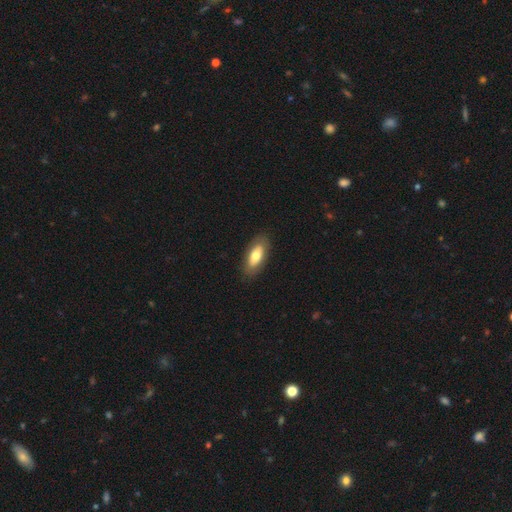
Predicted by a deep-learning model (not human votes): Morphology: type=smooth (68%); roundness=in between (84%); merging=none (86%).